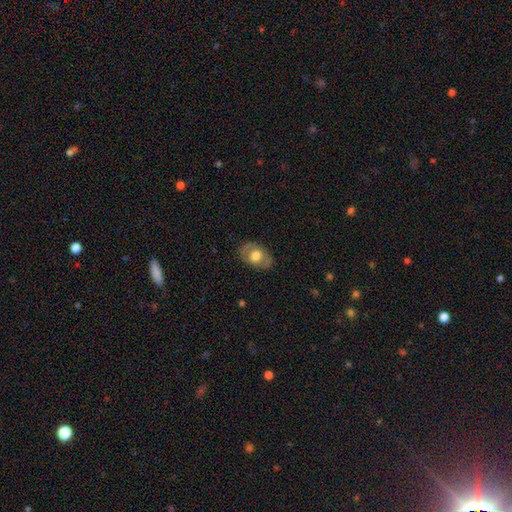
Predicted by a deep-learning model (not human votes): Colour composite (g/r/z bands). It shows a smooth galaxy with no disk features (61%) that is in between round and cigar-shaped (82%). Merging: none (78%).